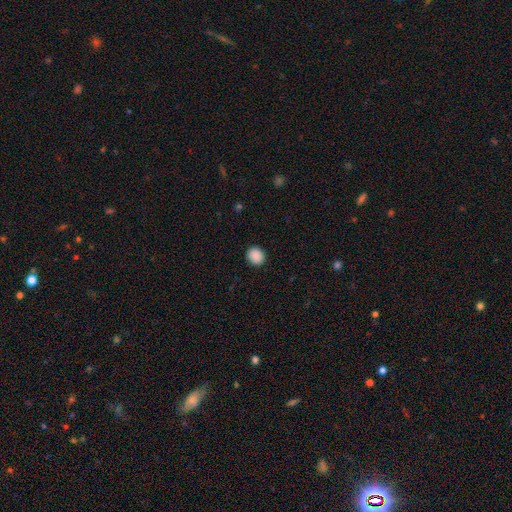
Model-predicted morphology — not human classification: Smooth or featured? smooth (90%)
How rounded? round (74%)
Merging? none (91%)